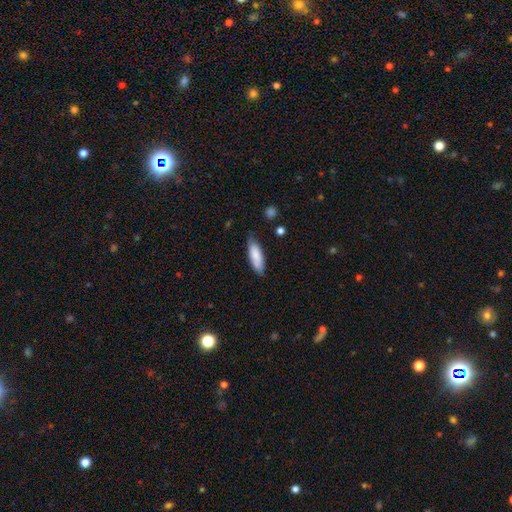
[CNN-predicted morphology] smooth_or_featured: smooth (p=0.82) [alt: featured or disk p=0.12]
how_rounded: in between (p=0.56) [alt: cigar-shaped p=0.43]
merging: none (p=0.76) [alt: minor disturbance p=0.19]